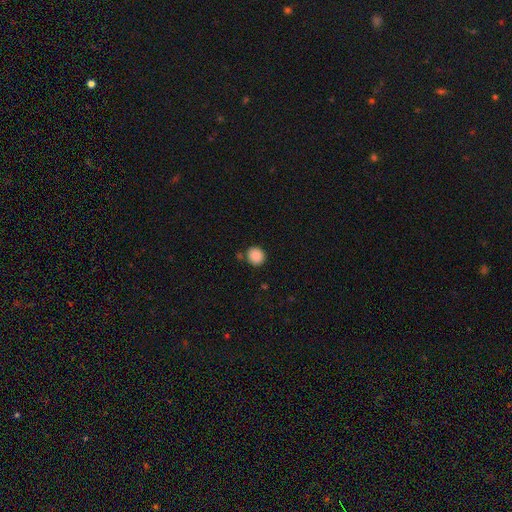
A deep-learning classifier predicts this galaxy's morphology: type=smooth (89%); roundness=round (90%); merging=none (80%).